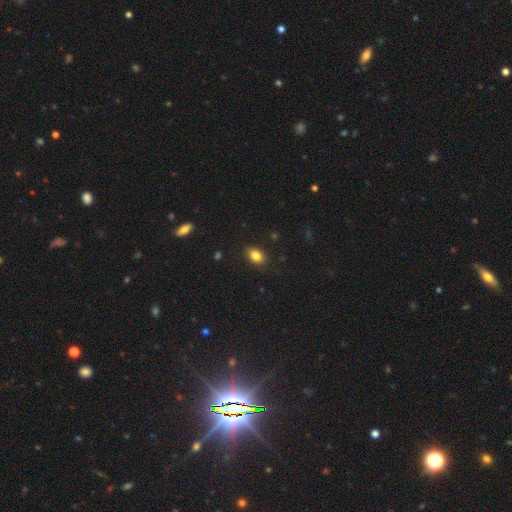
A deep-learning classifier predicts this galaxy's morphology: This appears to be a smooth galaxy with no disk features (83%) that is in between round and cigar-shaped (84%). Merging: none (87%).